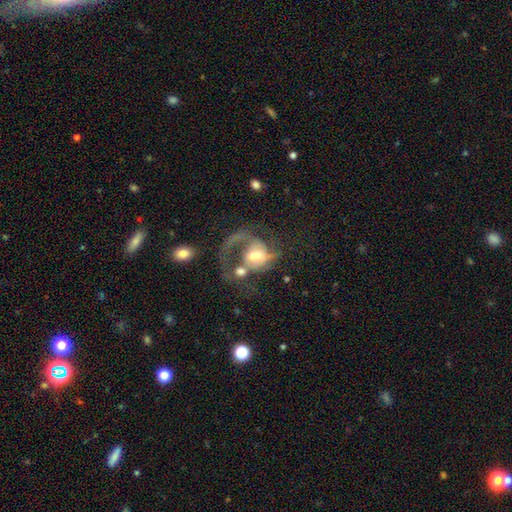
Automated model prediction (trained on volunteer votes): featured or disk 68%, smooth 24%, star or artifact 9%. Down the decision tree: edge-on disk — no (97%); bar — no (53%); spiral arms — yes (80%); spiral arm count — 1 (59%); spiral winding — loose (54%); bulge size — moderate (53%); merging — major disturbance (37%).